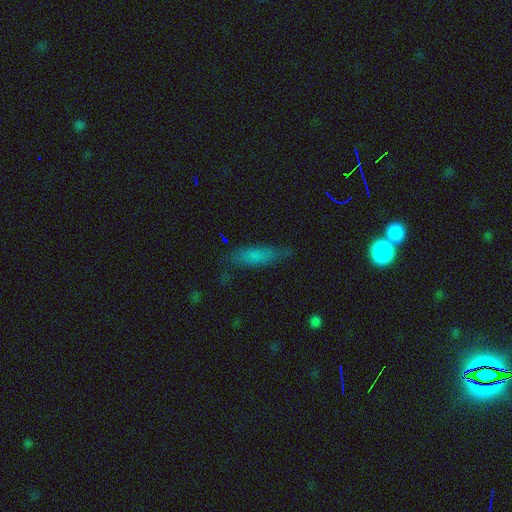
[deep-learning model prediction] smooth_or_featured: smooth (p=0.71) [alt: featured or disk p=0.18]
how_rounded: cigar-shaped (p=0.61) [alt: in between p=0.36]
merging: none (p=0.71) [alt: minor disturbance p=0.21]